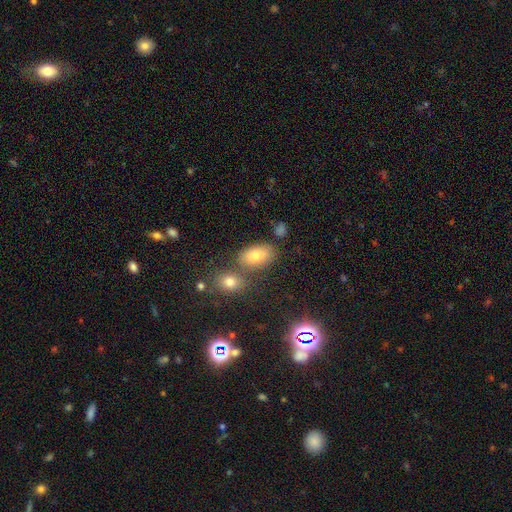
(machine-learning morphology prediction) smooth 67%, star or artifact 19%, featured or disk 13%. Down the decision tree: how rounded — in between (89%); merging — none (69%).